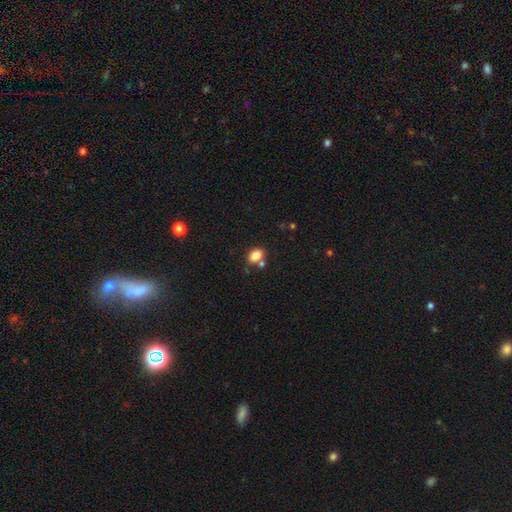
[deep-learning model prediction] Morphology: type=smooth (83%); roundness=in between (72%); merging=none (63%).